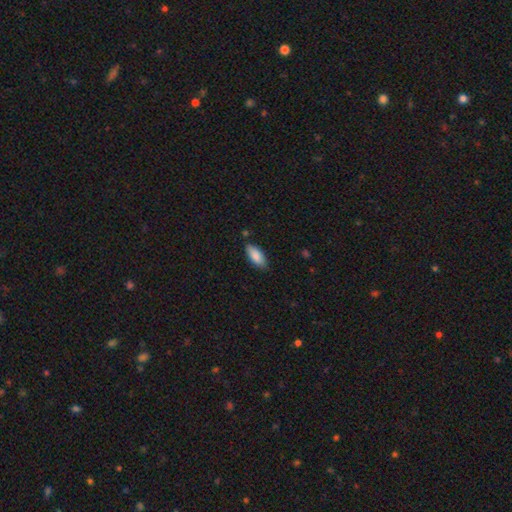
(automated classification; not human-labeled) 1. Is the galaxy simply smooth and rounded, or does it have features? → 87% smooth, 7% featured or disk, 6% star or artifact.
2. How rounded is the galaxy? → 84% in between, 14% cigar-shaped, 2% round.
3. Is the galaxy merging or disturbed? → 79% none, 16% minor disturbance, 3% major disturbance, 2% merger.